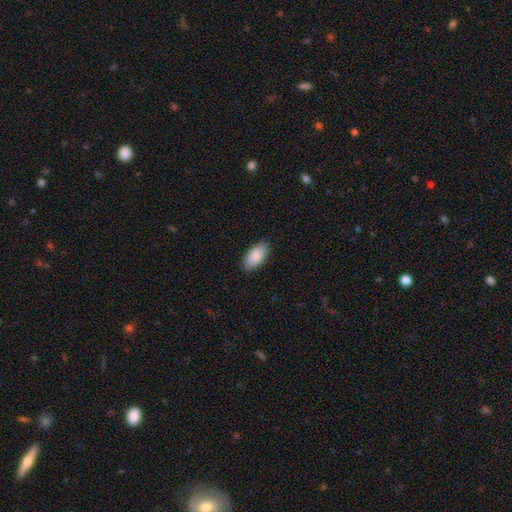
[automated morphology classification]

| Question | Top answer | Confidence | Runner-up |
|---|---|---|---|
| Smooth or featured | smooth | 89% | star or artifact (6%) |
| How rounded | in between | 92% | cigar-shaped (6%) |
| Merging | none | 87% | minor disturbance (10%) |